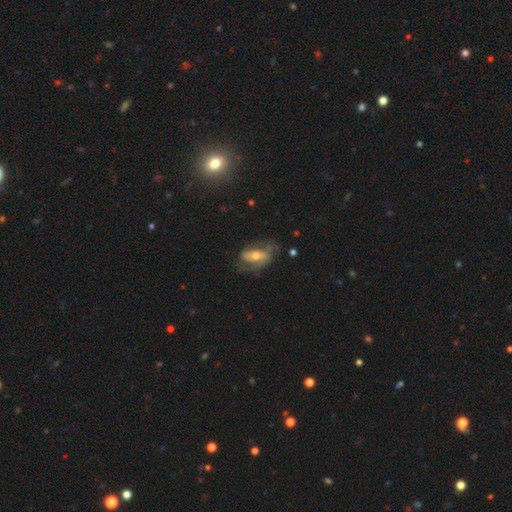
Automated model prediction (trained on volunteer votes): This is likely a featured or disk galaxy (68%). It is clearly not viewed edge-on (92%). Bar: marginally no (38%). Spiral arm pattern: clearly yes (81%). Spiral arm count: likely 2 (71%). Spiral winding: marginally medium (41%). Central bulge: likely moderate (60%). Merging: possibly none (55%).